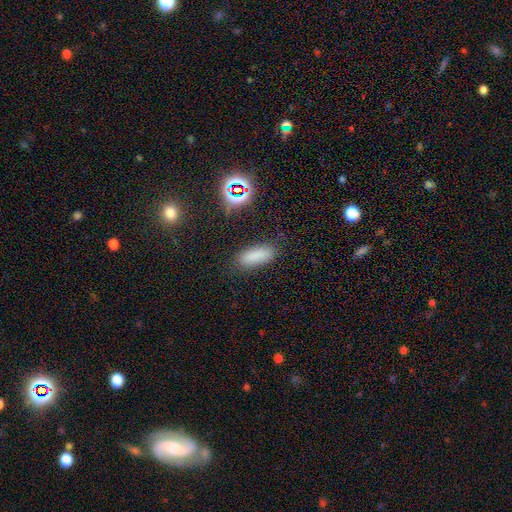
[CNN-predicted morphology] Smooth or featured?
  - smooth: 80% *
  - star or artifact: 14%
  - featured or disk: 6%
How rounded?
  - in between: 67% *
  - cigar-shaped: 30%
  - round: 3%
Merging?
  - none: 81% *
  - minor disturbance: 12%
  - major disturbance: 4%
  - merger: 2%